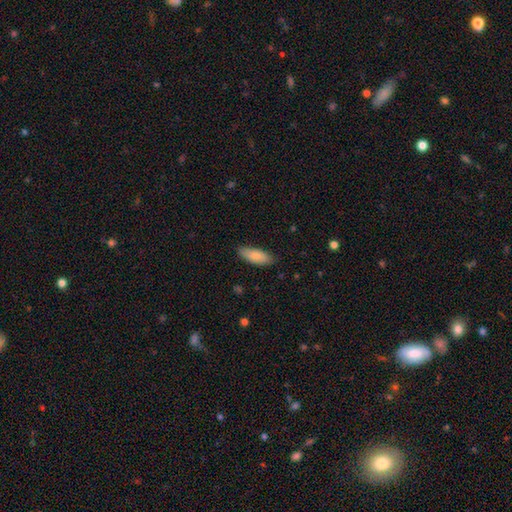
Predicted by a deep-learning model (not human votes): Smooth or featured?
  - smooth: 85% *
  - featured or disk: 9%
  - star or artifact: 6%
How rounded?
  - in between: 72% *
  - cigar-shaped: 26%
  - round: 2%
Merging?
  - none: 83% *
  - minor disturbance: 13%
  - major disturbance: 2%
  - merger: 1%